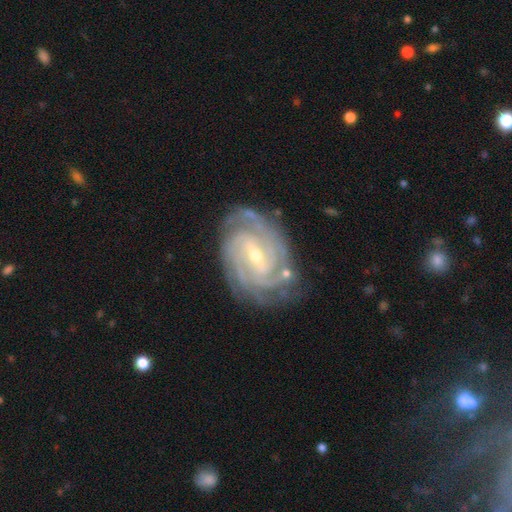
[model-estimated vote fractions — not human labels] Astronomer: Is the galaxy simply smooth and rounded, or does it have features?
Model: featured or disk — 92%.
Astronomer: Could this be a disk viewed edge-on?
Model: no — 97%.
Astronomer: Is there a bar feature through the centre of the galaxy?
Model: weak — 51% (runner-up: strong, 33%).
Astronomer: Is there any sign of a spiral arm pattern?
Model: yes — 98%.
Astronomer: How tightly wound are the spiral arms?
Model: tight — 74%.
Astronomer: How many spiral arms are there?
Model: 4 — 35% (runner-up: 3, 25%).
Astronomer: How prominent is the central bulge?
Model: small — 58% (runner-up: moderate, 39%).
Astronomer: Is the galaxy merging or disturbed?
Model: none — 78%.